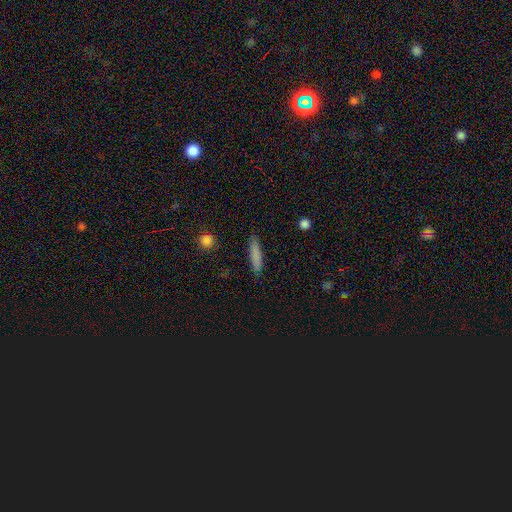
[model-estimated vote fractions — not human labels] smooth_or_featured: smooth (p=0.81) [alt: featured or disk p=0.12]
how_rounded: cigar-shaped (p=0.86) [alt: in between p=0.12]
merging: none (p=0.86) [alt: minor disturbance p=0.11]